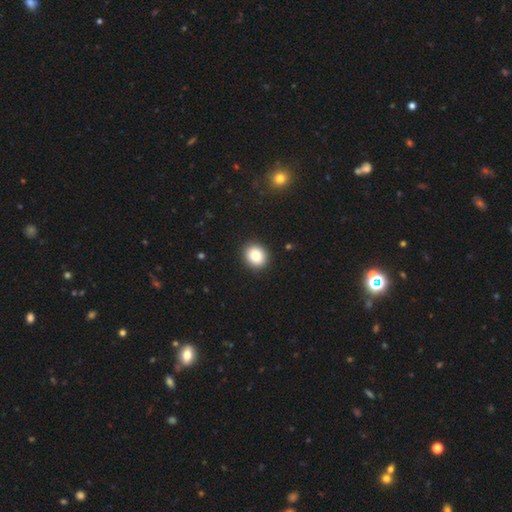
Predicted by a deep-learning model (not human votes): The model was most divided on "how rounded": round: 68%, in between: 31%, cigar-shaped: 1%. More confident: merging — none (92%); smooth or featured — smooth (85%).